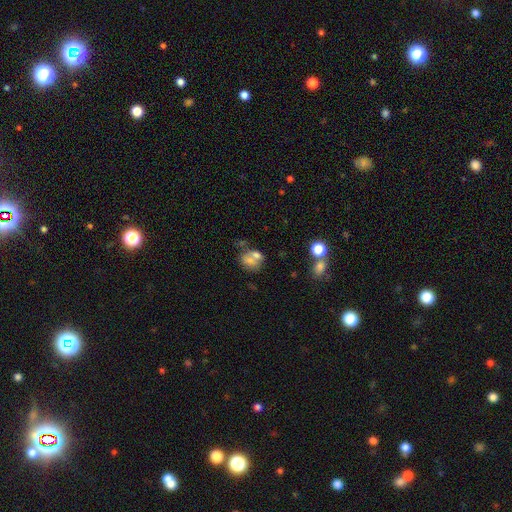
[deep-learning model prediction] Smooth or featured: smooth — 61% (featured or disk — 27%)
How rounded: in between — 51% (round — 48%)
Merging: merger — 48% (none — 31%)